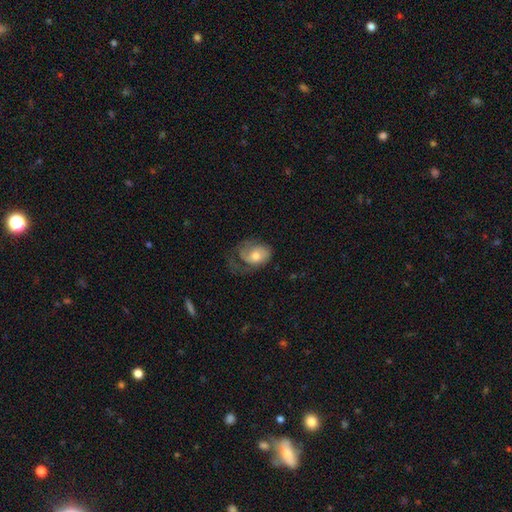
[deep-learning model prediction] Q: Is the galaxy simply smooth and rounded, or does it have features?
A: smooth — 50%.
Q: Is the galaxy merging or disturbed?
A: major disturbance — 45%.